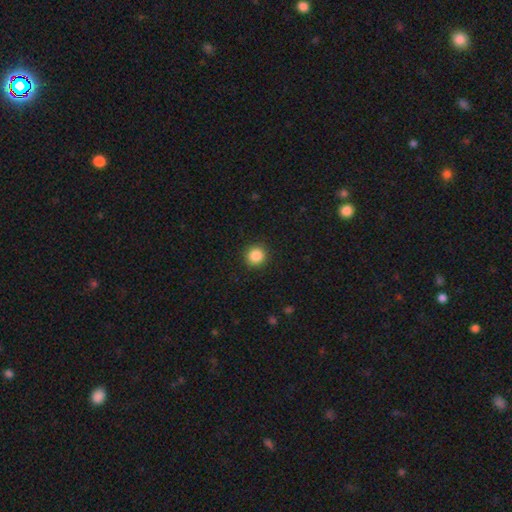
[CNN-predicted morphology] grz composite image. It shows a smooth galaxy with no disk features (86%) that is round (93%). Merging: none (92%).